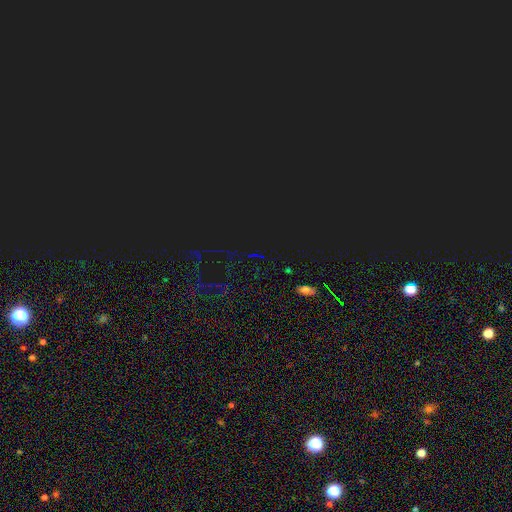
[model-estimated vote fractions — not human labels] smooth_or_featured: star or artifact (p=0.80) [alt: smooth p=0.13]